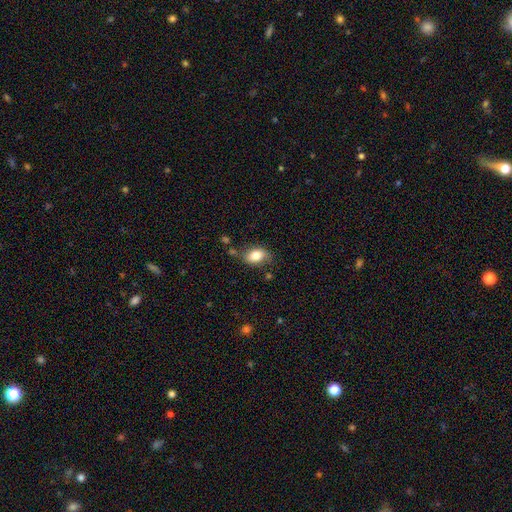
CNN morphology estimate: Smooth or featured: smooth — 81% (featured or disk — 11%)
How rounded: in between — 83% (round — 15%)
Merging: none — 71% (minor disturbance — 20%)